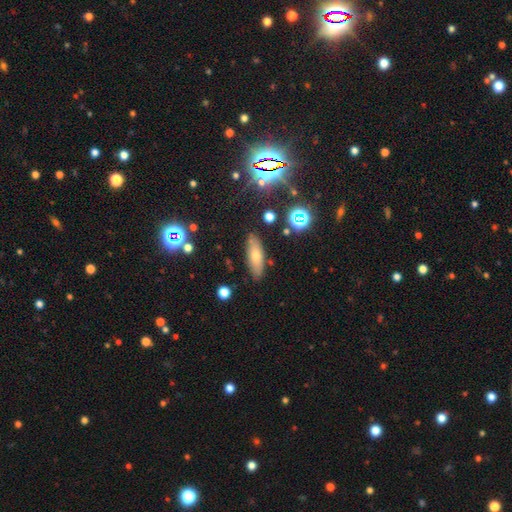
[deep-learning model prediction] smooth_or_featured: smooth (p=0.64) [alt: featured or disk p=0.26]
how_rounded: in between (p=0.62) [alt: cigar-shaped p=0.35]
merging: none (p=0.82) [alt: minor disturbance p=0.12]